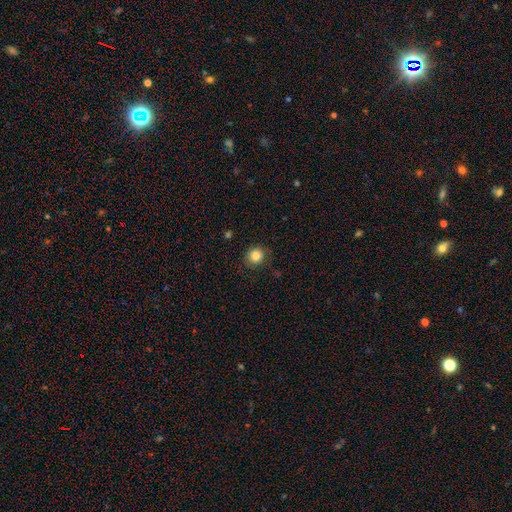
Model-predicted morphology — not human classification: This appears to be a smooth galaxy with no disk features (85%) that is round (86%). Merging: none (85%).